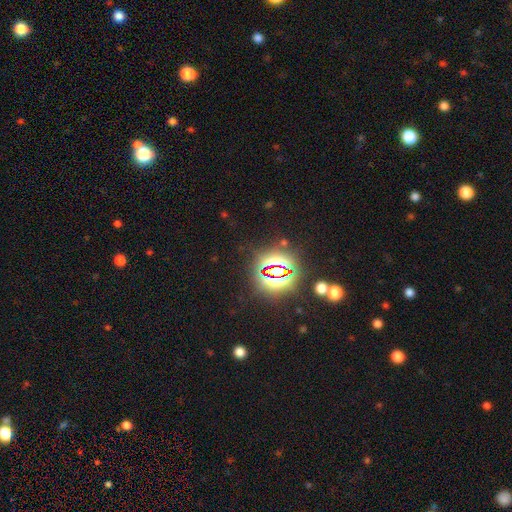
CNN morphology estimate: smooth-or-featured: star or artifact: 80% | smooth: 12% | featured or disk: 8%